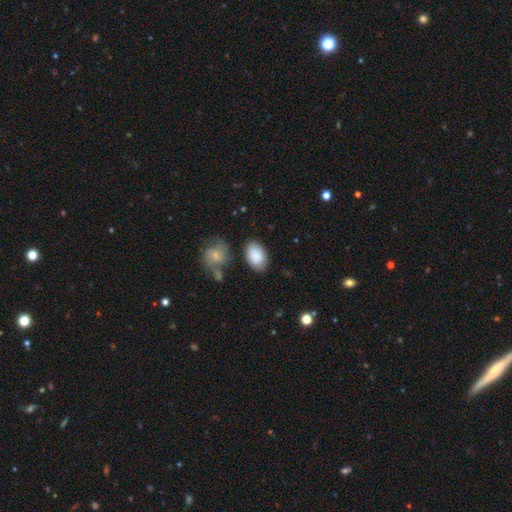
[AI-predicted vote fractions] Q: Smooth or featured?
A: smooth (87%); runner-up: featured or disk (7%)
Q: How rounded?
A: in between (90%); runner-up: round (9%)
Q: Merging?
A: none (73%); runner-up: minor disturbance (16%)